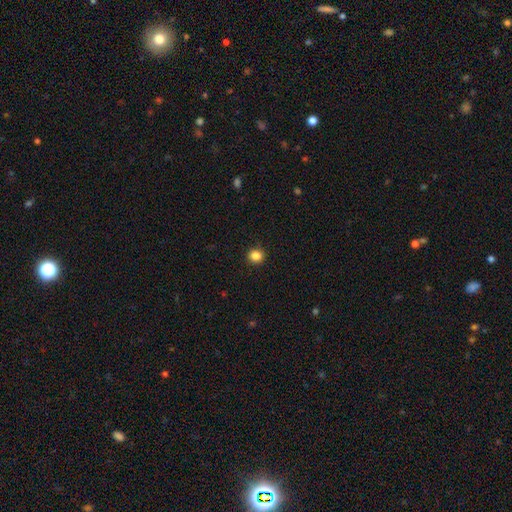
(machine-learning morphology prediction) A smooth galaxy with no disk features (85%) that is round (87%). Merging: none (91%).